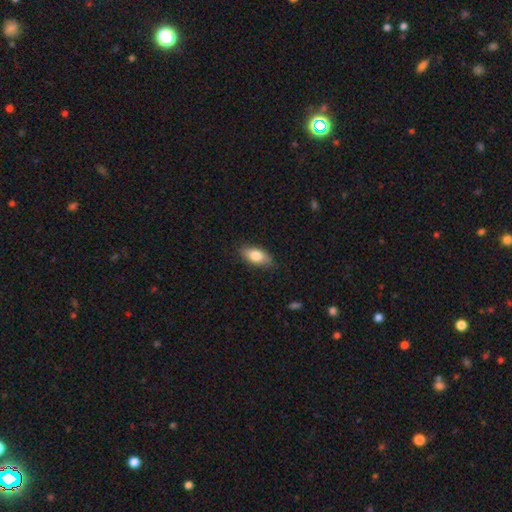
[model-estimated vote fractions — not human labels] Smooth or featured: smooth — 78% (featured or disk — 15%)
How rounded: in between — 87% (cigar-shaped — 9%)
Merging: none — 82% (minor disturbance — 14%)